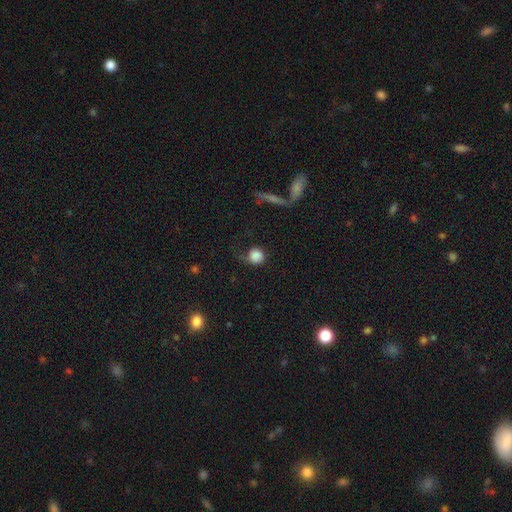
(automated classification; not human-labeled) smooth-or-featured: smooth: 82% | star or artifact: 9% | featured or disk: 9%
  how-rounded: round: 87% | in between: 12% | cigar-shaped: 1%
  merging: none: 48% | minor disturbance: 25% | major disturbance: 22% | merger: 5%